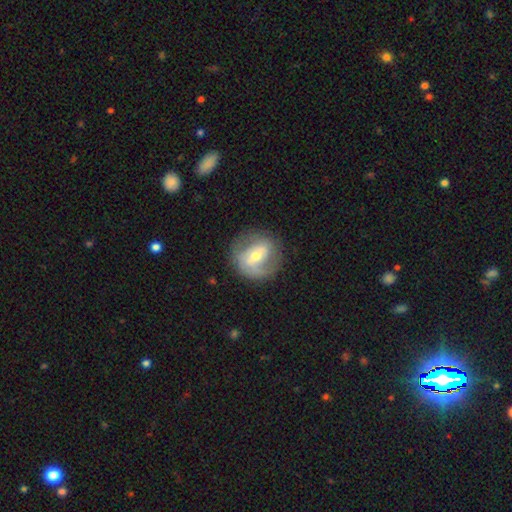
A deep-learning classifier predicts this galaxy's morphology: smooth-or-featured: featured or disk: 64% | smooth: 29% | star or artifact: 7%
  disk-edge-on: no: 96% | yes: 4%
    bar: weak: 42% | strong: 30% | no: 27%
    has-spiral-arms: yes: 72% | no: 28%
    bulge-size: moderate: 56% | small: 38% | large: 4% | none: 1% | dominant: 1%
  merging: none: 71% | minor disturbance: 18% | major disturbance: 10% | merger: 2%